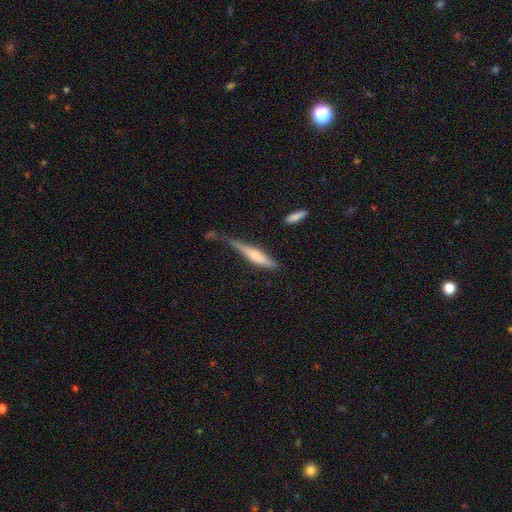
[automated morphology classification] Smooth or featured?
  - smooth: 53% *
  - featured or disk: 41%
  - star or artifact: 6%
How rounded?
  - cigar-shaped: 85% *
  - in between: 13%
  - round: 2%
Merging?
  - none: 34% *
  - minor disturbance: 32%
  - major disturbance: 26%
  - merger: 8%